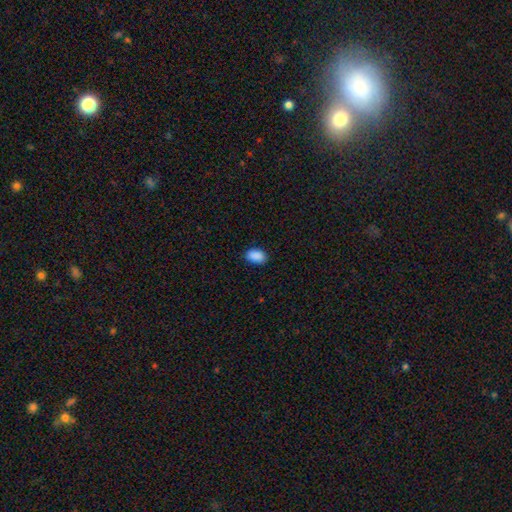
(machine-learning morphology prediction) Overall: smooth (90%). How rounded: in between (91%). Merging: none (87%).